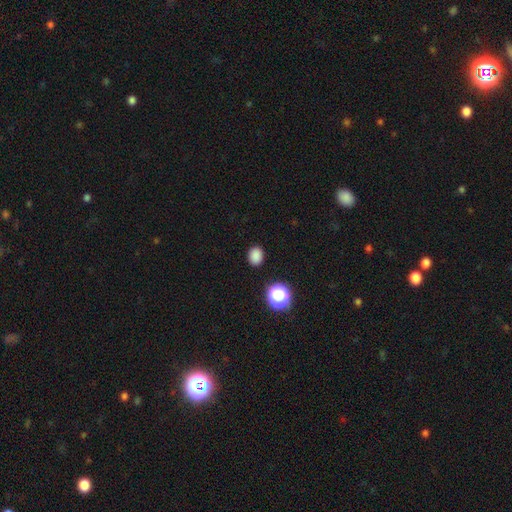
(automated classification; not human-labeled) Overall: smooth (83%). How rounded: round (59%; in between 40%). Merging: none (89%).